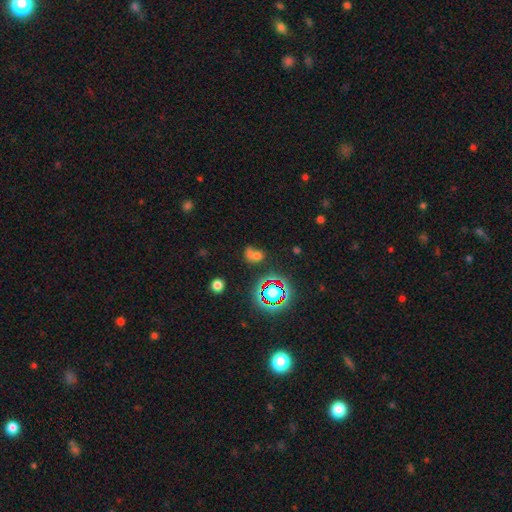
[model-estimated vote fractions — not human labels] smooth 53%, star or artifact 32%, featured or disk 16%. Down the decision tree: how rounded — round (56%); merging — merger (49%).